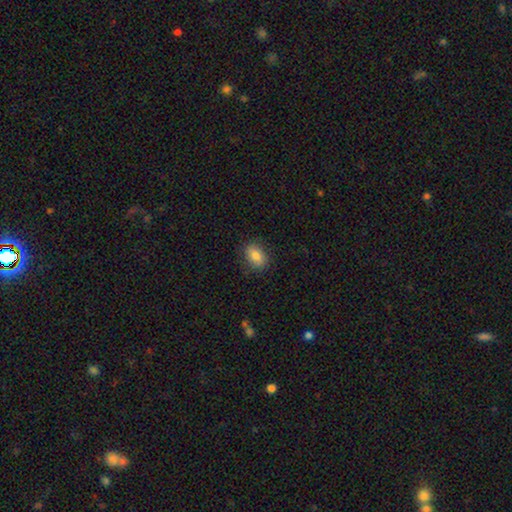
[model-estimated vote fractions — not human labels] This appears to be a smooth galaxy with no disk features (81%) that is in between round and cigar-shaped (78%). Merging: none (83%).